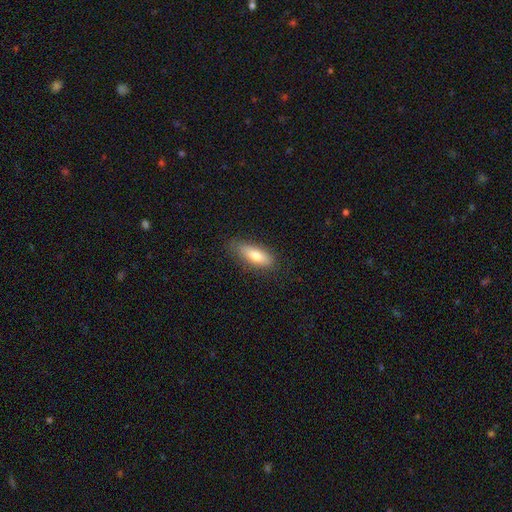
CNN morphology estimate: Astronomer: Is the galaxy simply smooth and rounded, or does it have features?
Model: smooth — 76%.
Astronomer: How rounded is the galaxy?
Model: in between — 61% (runner-up: cigar-shaped, 37%).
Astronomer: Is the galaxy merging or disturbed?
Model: none — 77%.